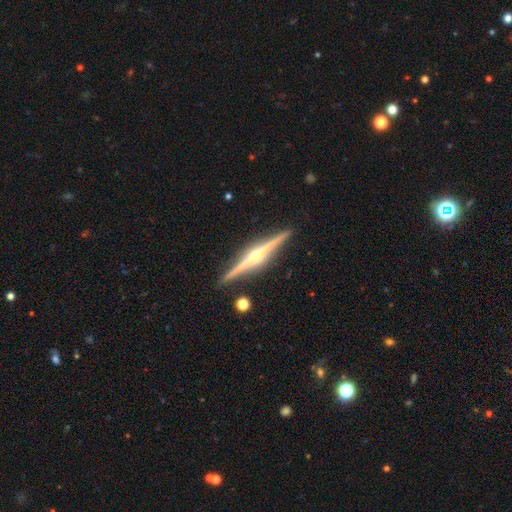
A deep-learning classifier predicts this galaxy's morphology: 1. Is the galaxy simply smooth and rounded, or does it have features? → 86% featured or disk, 9% smooth, 5% star or artifact.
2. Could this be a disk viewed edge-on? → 99% yes, 1% no.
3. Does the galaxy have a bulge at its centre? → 90% rounded, 5% boxy, 4% none.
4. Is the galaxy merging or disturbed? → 91% none, 6% minor disturbance, 2% merger, 1% major disturbance.